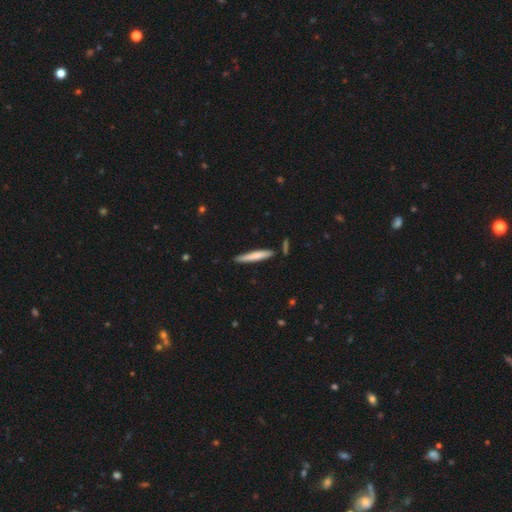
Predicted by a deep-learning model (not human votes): Smooth or featured? Predicted: smooth (p=0.71). How rounded? Predicted: cigar-shaped (p=0.94). Merging? Predicted: none (p=0.83).